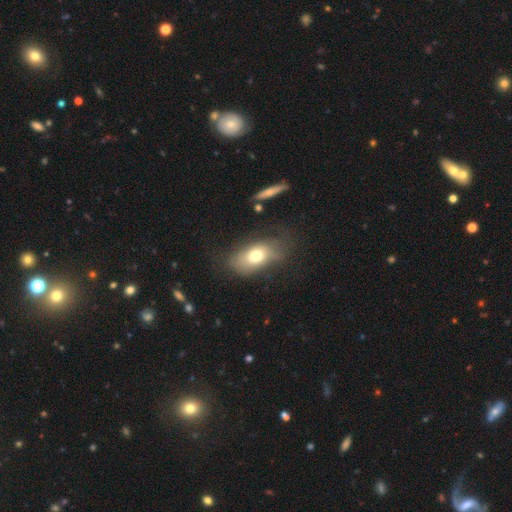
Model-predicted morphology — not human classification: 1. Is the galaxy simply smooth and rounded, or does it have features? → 69% smooth, 22% featured or disk, 9% star or artifact.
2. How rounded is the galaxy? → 86% in between, 11% round, 3% cigar-shaped.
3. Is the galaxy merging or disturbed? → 56% none, 25% minor disturbance, 16% major disturbance, 3% merger.